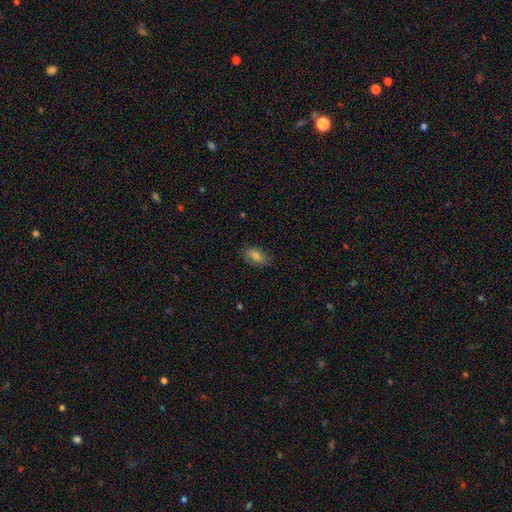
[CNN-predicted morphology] Overall: smooth (62%; featured or disk 24%). How rounded: in between (85%). Merging: none (76%).